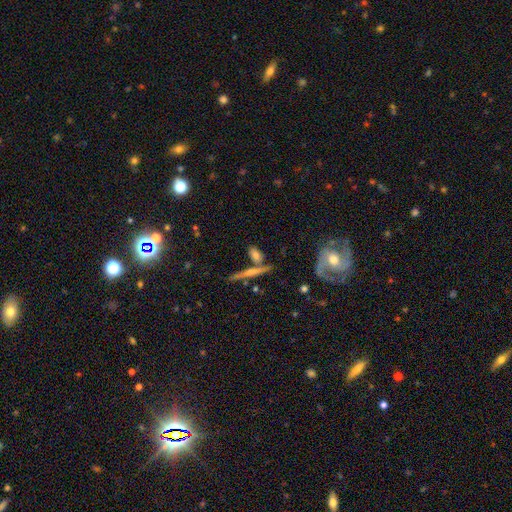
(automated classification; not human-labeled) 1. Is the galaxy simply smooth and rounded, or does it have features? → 60% smooth, 31% featured or disk, 9% star or artifact.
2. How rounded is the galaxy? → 50% in between, 41% cigar-shaped, 8% round.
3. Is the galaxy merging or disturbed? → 60% none, 21% merger, 13% minor disturbance, 5% major disturbance.